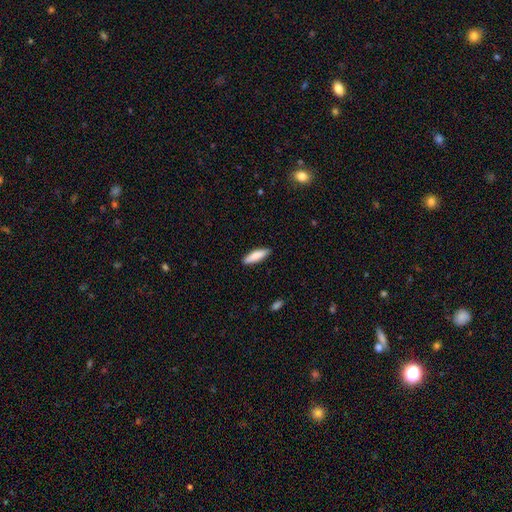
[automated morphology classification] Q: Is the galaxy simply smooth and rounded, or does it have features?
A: smooth — 84%.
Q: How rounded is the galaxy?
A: cigar-shaped — 62%.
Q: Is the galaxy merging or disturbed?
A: none — 89%.